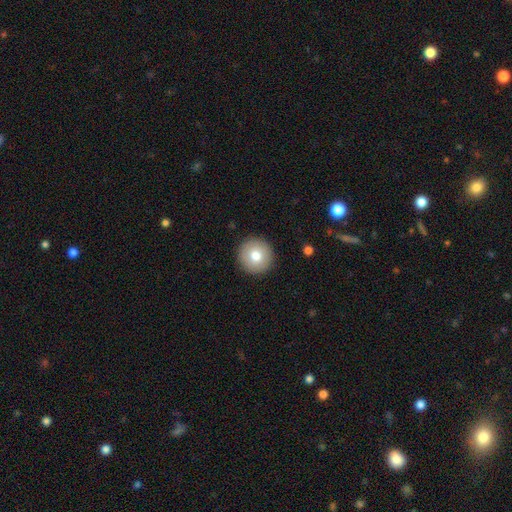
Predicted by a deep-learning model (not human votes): smooth 77%, featured or disk 14%, star or artifact 8%. Down the decision tree: how rounded — round (96%); merging — none (92%).